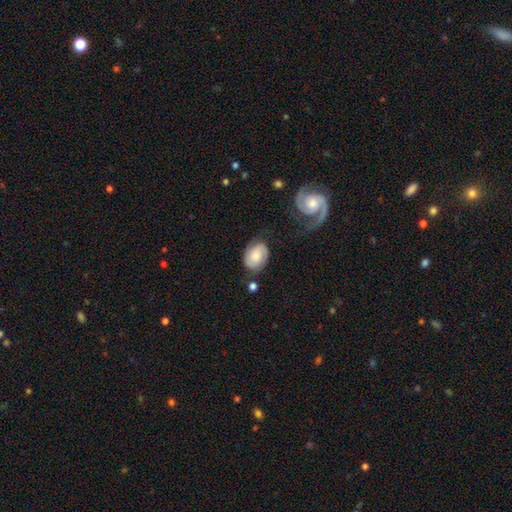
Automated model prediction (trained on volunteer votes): Smooth or featured?
  - featured or disk: 49% *
  - smooth: 43%
  - star or artifact: 8%
Merging?
  - none: 65% *
  - minor disturbance: 21%
  - major disturbance: 9%
  - merger: 6%